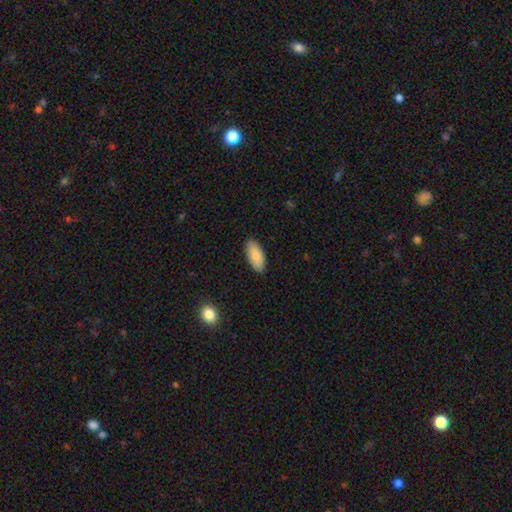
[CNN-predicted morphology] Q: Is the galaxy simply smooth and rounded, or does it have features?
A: smooth — 86%.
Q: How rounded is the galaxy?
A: in between — 90%.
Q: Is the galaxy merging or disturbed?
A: none — 88%.